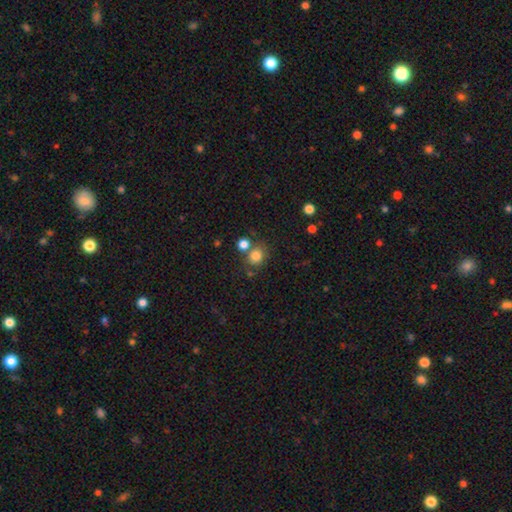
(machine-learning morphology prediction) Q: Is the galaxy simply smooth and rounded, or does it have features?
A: smooth — 80%.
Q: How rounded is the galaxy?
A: round — 79%.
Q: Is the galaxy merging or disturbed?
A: none — 64%.